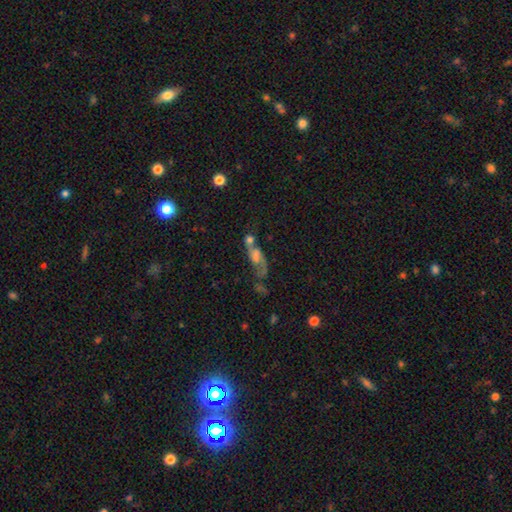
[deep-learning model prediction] This is possibly a featured or disk galaxy (50%). It is clearly not viewed edge-on (84%). Merging: marginally merger (36%).